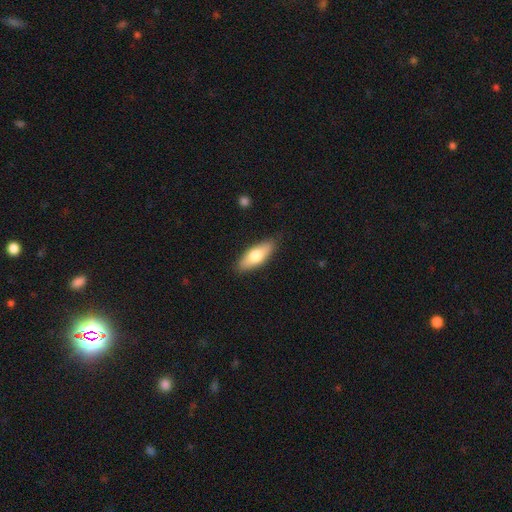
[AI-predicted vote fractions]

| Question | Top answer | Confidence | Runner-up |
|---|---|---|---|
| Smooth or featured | smooth | 67% | featured or disk (28%) |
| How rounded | in between | 67% | cigar-shaped (30%) |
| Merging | none | 87% | minor disturbance (10%) |